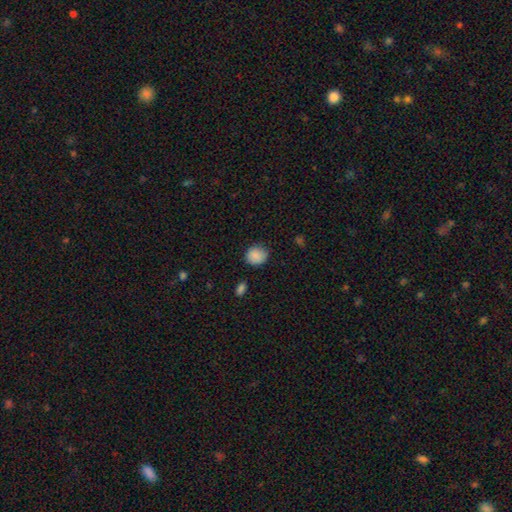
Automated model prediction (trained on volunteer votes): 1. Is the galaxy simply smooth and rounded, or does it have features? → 88% smooth, 8% star or artifact, 4% featured or disk.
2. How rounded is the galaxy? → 81% round, 18% in between, 1% cigar-shaped.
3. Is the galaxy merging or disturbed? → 82% none, 14% minor disturbance, 3% major disturbance, 2% merger.